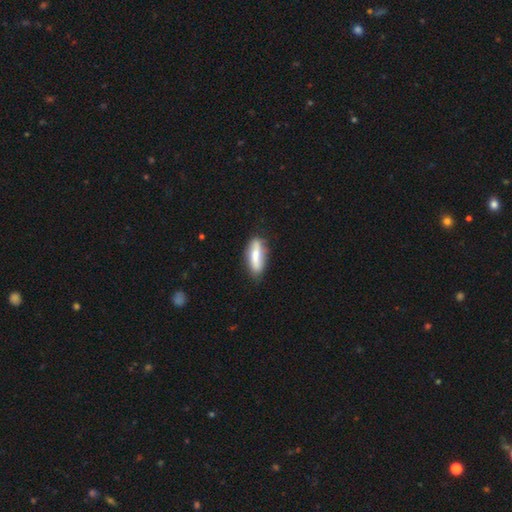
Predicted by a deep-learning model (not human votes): Morphology: type=smooth (55%); roundness=in between (53%); merging=none (76%).